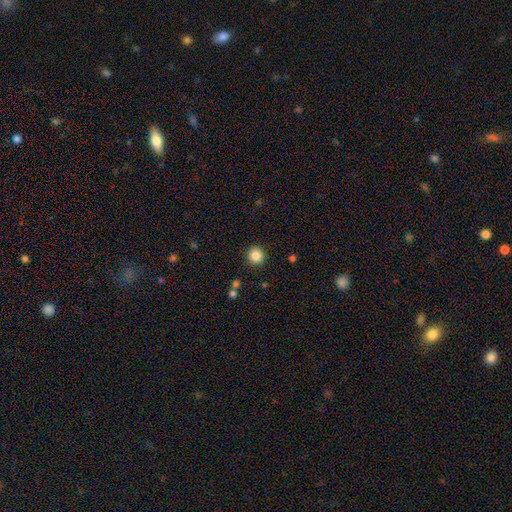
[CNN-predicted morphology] Smooth or featured? smooth (85%)
How rounded? round (94%)
Merging? none (91%)